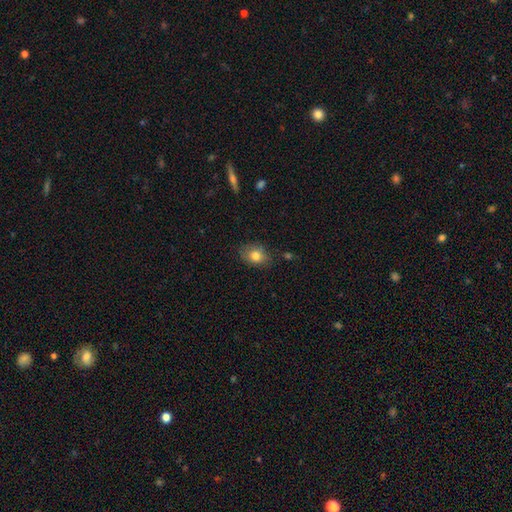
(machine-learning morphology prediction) Smooth or featured?
  - smooth: 80% *
  - featured or disk: 11%
  - star or artifact: 9%
How rounded?
  - in between: 66% *
  - round: 32%
  - cigar-shaped: 1%
Merging?
  - none: 76% *
  - minor disturbance: 18%
  - major disturbance: 4%
  - merger: 2%